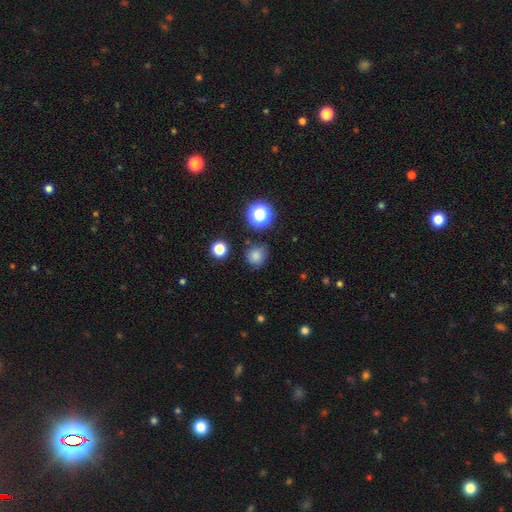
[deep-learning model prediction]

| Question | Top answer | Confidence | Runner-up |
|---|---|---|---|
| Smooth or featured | smooth | 77% | star or artifact (18%) |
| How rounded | round | 87% | in between (12%) |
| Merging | none | 76% | minor disturbance (15%) |